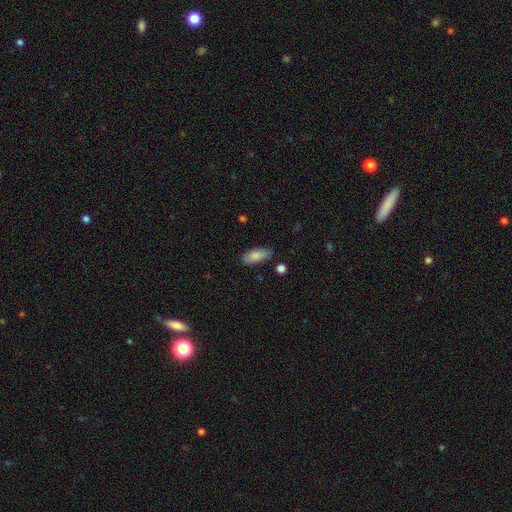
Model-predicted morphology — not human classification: smooth-or-featured: smooth: 85% | featured or disk: 9% | star or artifact: 6%
  how-rounded: in between: 86% | cigar-shaped: 12% | round: 2%
  merging: none: 80% | minor disturbance: 14% | major disturbance: 3% | merger: 2%